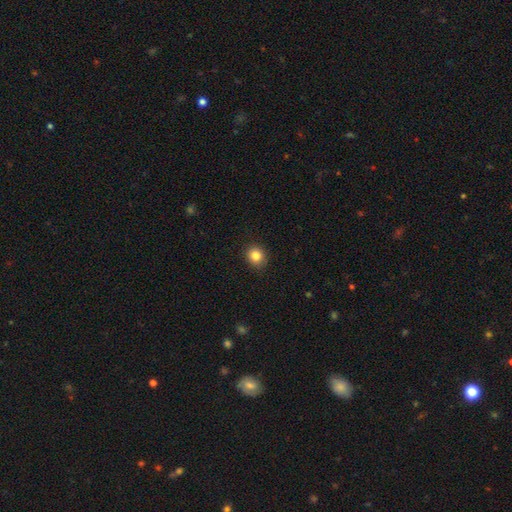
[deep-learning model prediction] smooth_or_featured: smooth (p=0.84) [alt: star or artifact p=0.11]
how_rounded: round (p=0.84) [alt: in between p=0.15]
merging: none (p=0.90) [alt: minor disturbance p=0.07]